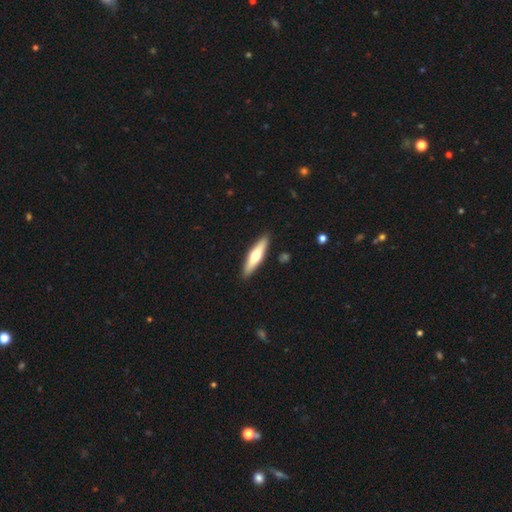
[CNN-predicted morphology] A smooth galaxy with no disk features (48%). Merging: none (91%).